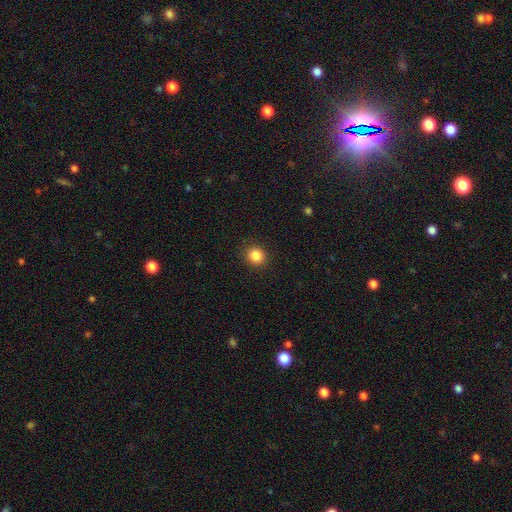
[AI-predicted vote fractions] This appears to be a smooth galaxy with no disk features (85%) that is round (86%). Merging: none (90%).